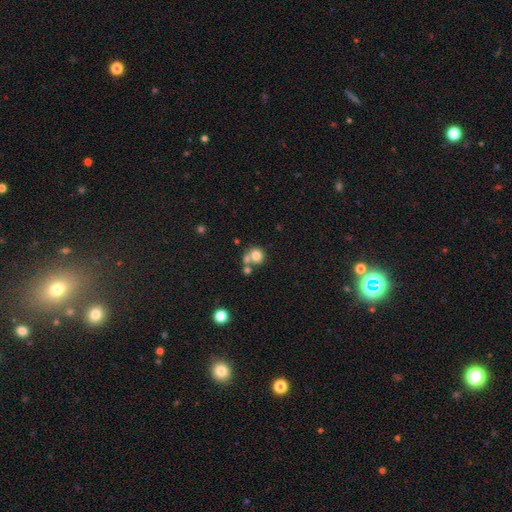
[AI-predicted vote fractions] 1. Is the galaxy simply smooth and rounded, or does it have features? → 78% smooth, 11% featured or disk, 11% star or artifact.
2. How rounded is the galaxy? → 86% round, 13% in between, 1% cigar-shaped.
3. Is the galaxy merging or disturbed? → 50% none, 37% merger, 9% minor disturbance, 4% major disturbance.